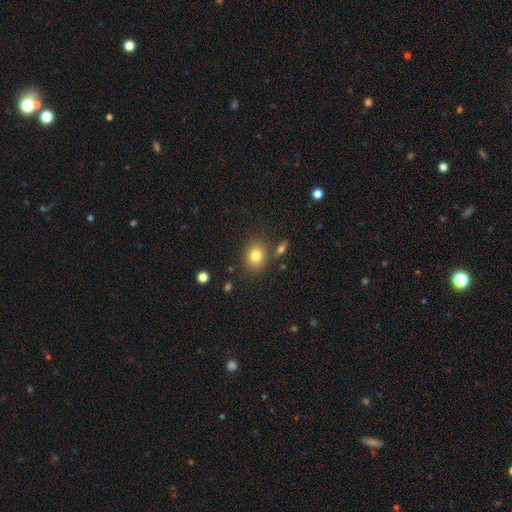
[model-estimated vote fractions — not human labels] Smooth or featured? smooth (80%)
How rounded? round (59%)
Merging? none (78%)